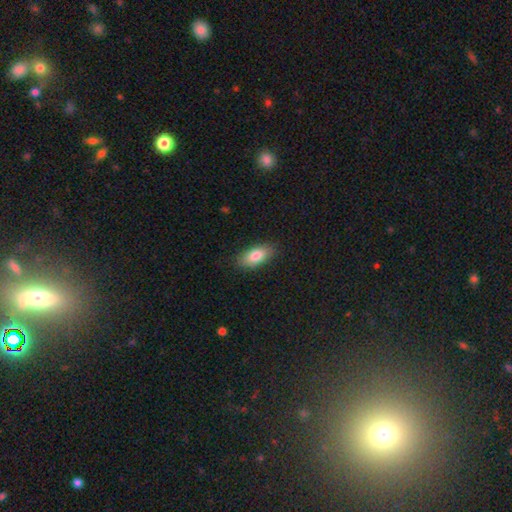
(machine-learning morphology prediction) smooth_or_featured: smooth (p=0.83) [alt: featured or disk p=0.10]
how_rounded: in between (p=0.88) [alt: cigar-shaped p=0.09]
merging: none (p=0.86) [alt: minor disturbance p=0.11]